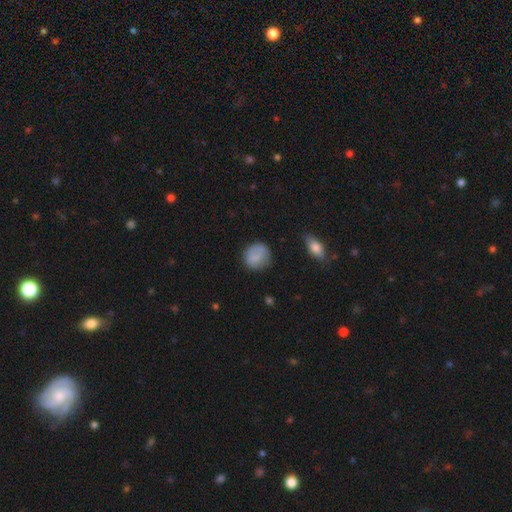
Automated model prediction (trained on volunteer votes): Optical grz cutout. It shows a smooth galaxy with no disk features (81%) that is round (85%). Merging: none (75%).